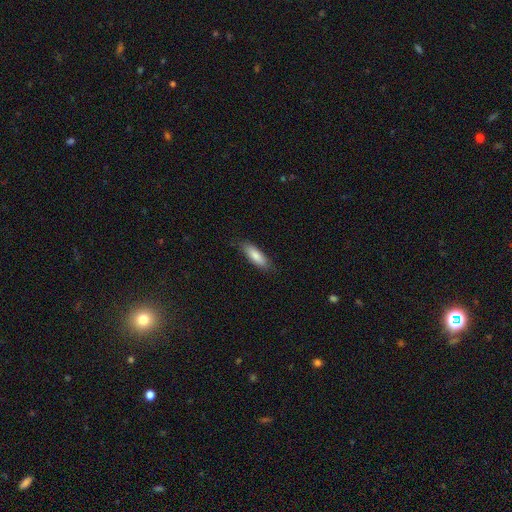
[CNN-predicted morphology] This is clearly a smooth galaxy (82%). How rounded: possibly in between (56%). Merging: clearly none (83%).